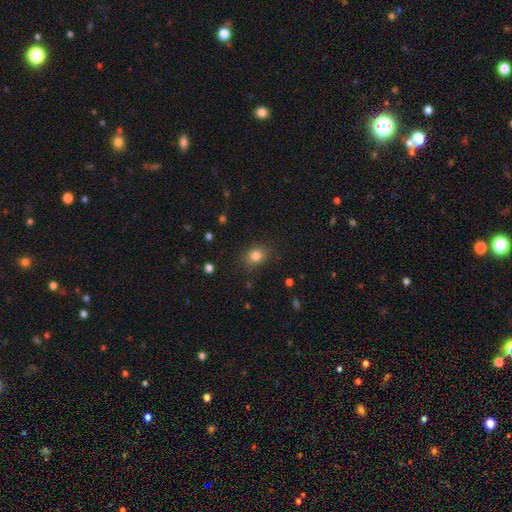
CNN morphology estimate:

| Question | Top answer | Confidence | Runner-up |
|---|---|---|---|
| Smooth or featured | smooth | 82% | star or artifact (12%) |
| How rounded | in between | 51% | round (48%) |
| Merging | none | 85% | minor disturbance (11%) |